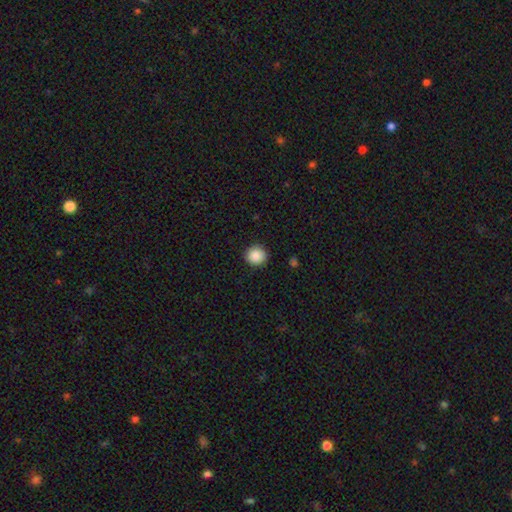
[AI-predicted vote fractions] Overall: smooth (89%). How rounded: round (90%). Merging: none (90%).